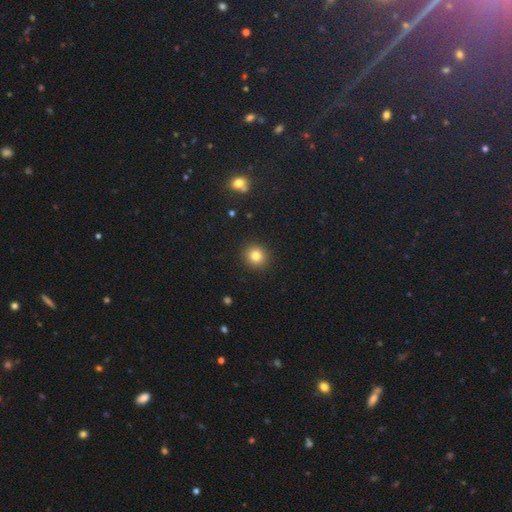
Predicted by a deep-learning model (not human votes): Morphology: type=smooth (82%); roundness=round (89%); merging=none (92%).